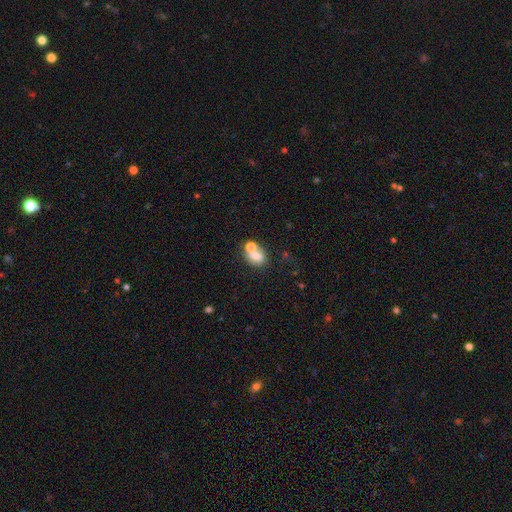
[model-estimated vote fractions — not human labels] This appears to be a smooth galaxy with no disk features (69%) that is in between round and cigar-shaped (55%). Merging: merger (42%).